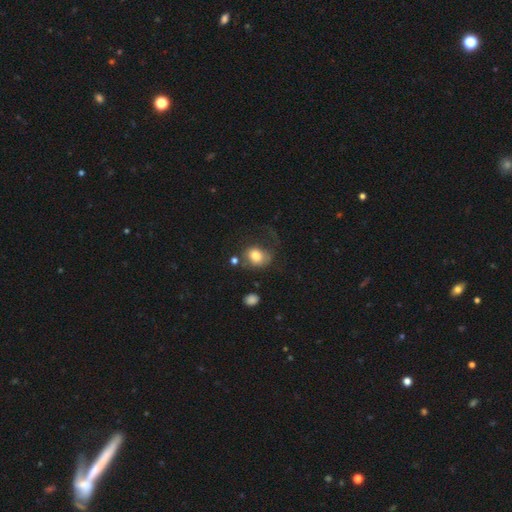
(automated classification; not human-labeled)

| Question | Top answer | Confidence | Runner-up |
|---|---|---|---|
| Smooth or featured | smooth | 77% | featured or disk (14%) |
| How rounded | round | 51% | in between (48%) |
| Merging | none | 44% | major disturbance (27%) |